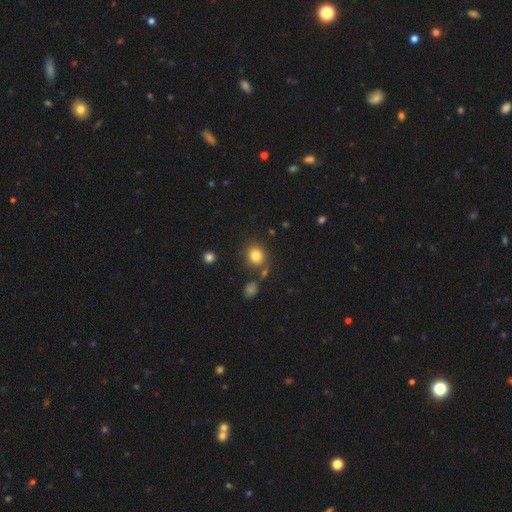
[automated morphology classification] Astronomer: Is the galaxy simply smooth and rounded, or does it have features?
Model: smooth — 81%.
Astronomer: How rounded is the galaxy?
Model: round — 82%.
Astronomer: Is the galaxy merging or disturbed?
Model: none — 77%.